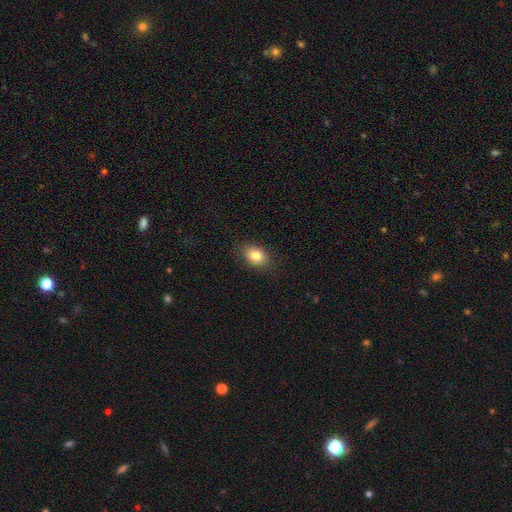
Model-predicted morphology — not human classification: type=smooth (82%); roundness=in between (77%); merging=none (86%).